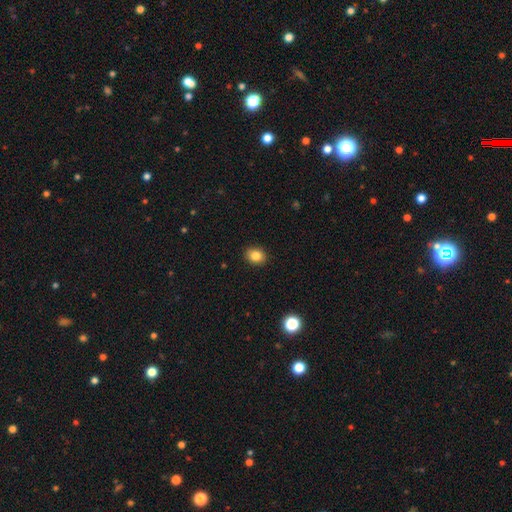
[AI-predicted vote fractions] Smooth or featured? Predicted: smooth (p=0.84). How rounded? Predicted: round (p=0.54). Merging? Predicted: none (p=0.90).